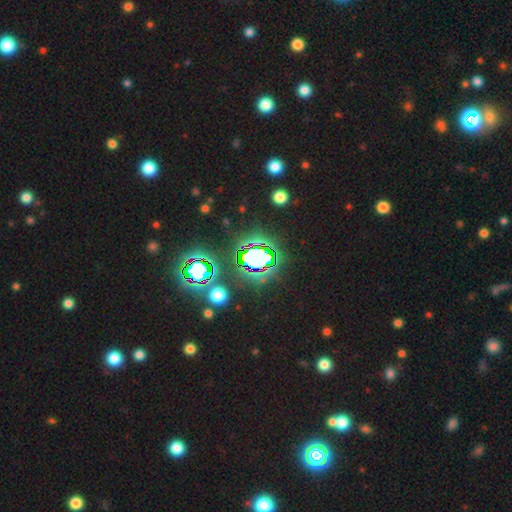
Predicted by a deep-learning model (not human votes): Smooth or featured: star or artifact — 69% (smooth — 19%)